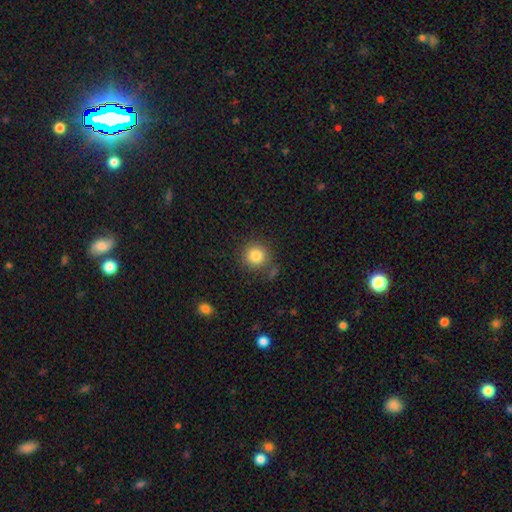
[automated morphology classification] type=smooth (84%); roundness=round (93%); merging=none (80%).